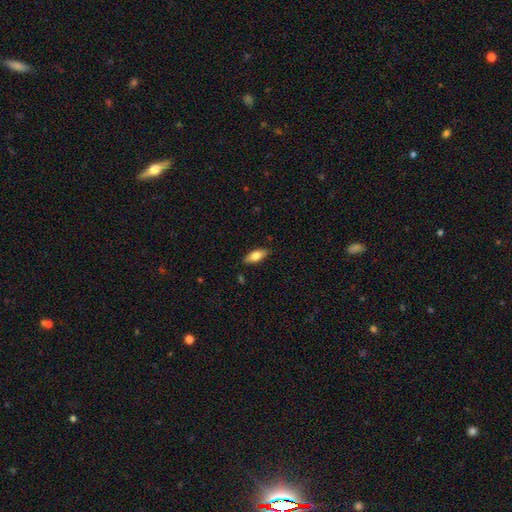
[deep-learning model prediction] This appears to be a smooth galaxy with no disk features (80%) that is in between round and cigar-shaped (82%). Merging: none (86%).